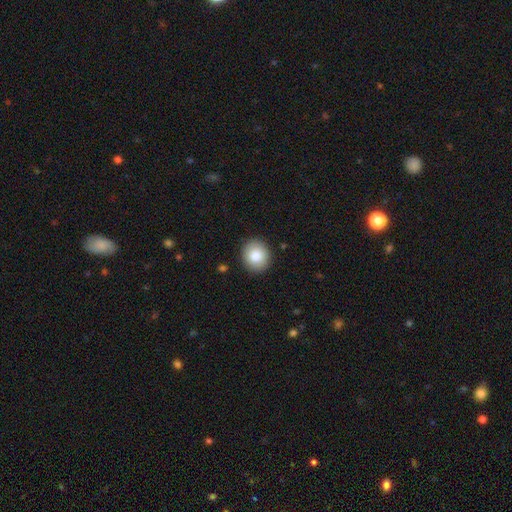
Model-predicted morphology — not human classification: A smooth galaxy with no disk features (83%) that is round (79%). Merging: none (91%).